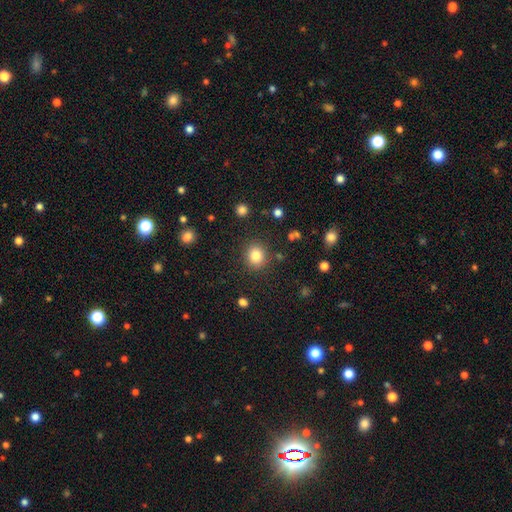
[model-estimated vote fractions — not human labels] A smooth galaxy with no disk features (82%) that is round (82%).

Vote fractions:
- Smooth or featured? smooth: 82% / star or artifact: 11% / featured or disk: 6%
- How rounded? round: 82% / in between: 17% / cigar-shaped: 1%
- Merging? none: 87% / minor disturbance: 8% / major disturbance: 3% / merger: 2%